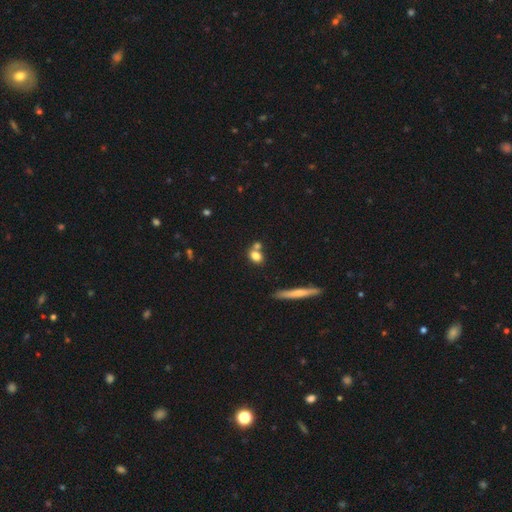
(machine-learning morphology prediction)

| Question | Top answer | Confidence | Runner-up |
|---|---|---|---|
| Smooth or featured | smooth | 76% | featured or disk (13%) |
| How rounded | round | 48% | in between (46%) |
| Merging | none | 53% | merger (33%) |